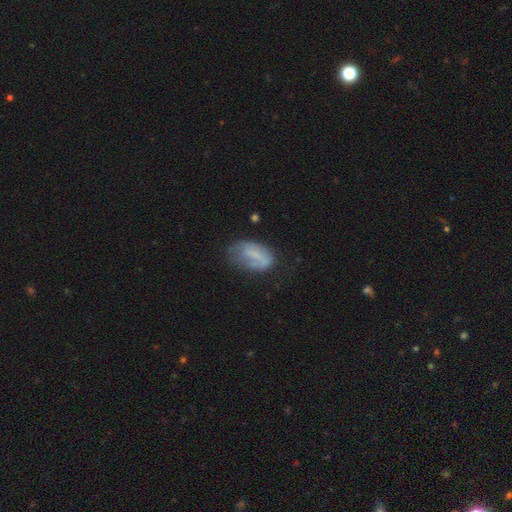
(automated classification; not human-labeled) smooth-or-featured: smooth: 57% | featured or disk: 33% | star or artifact: 9%
  how-rounded: in between: 90% | round: 6% | cigar-shaped: 4%
  merging: none: 47% | minor disturbance: 31% | major disturbance: 19% | merger: 3%